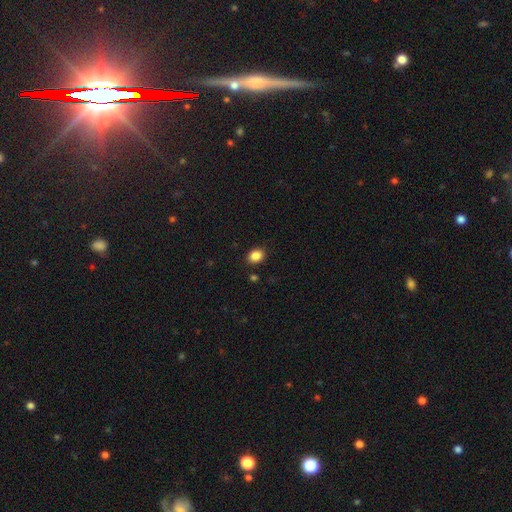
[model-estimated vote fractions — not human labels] A smooth galaxy with no disk features (87%) that is in between round and cigar-shaped (57%). Merging: none (87%).